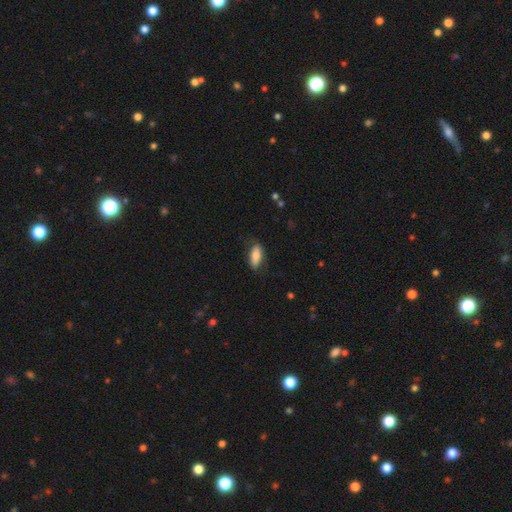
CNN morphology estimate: A smooth galaxy with no disk features (78%) that is in between round and cigar-shaped (84%).

Vote fractions:
- Smooth or featured? smooth: 78% / featured or disk: 16% / star or artifact: 6%
- How rounded? in between: 84% / cigar-shaped: 14% / round: 3%
- Merging? none: 76% / minor disturbance: 18% / major disturbance: 5% / merger: 1%